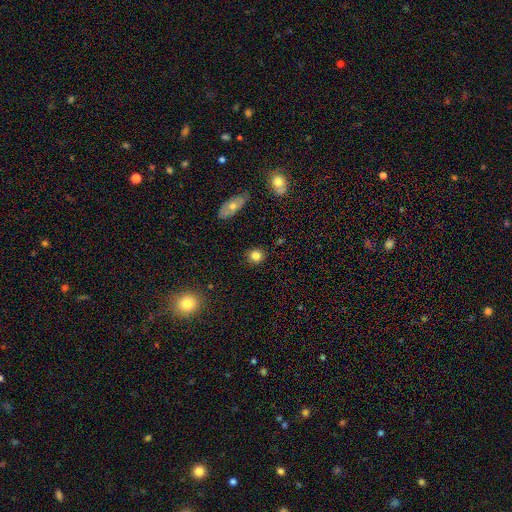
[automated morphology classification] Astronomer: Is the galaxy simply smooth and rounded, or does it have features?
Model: smooth — 82%.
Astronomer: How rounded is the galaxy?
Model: round — 87%.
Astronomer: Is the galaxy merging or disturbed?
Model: none — 89%.